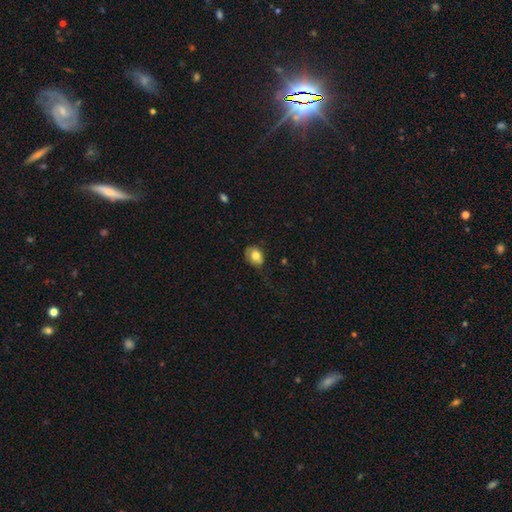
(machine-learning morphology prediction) This appears to be a smooth galaxy with no disk features (77%) that is in between round and cigar-shaped (62%). Merging: none (55%).